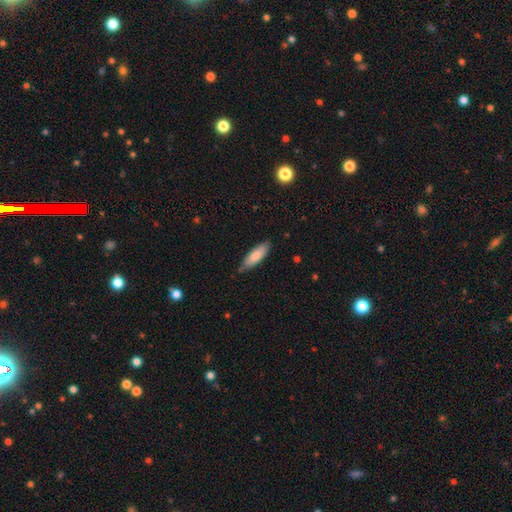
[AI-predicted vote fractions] smooth-or-featured: smooth: 81% | featured or disk: 13% | star or artifact: 6%
  how-rounded: in between: 53% | cigar-shaped: 46% | round: 1%
  merging: none: 80% | minor disturbance: 16% | major disturbance: 2% | merger: 1%